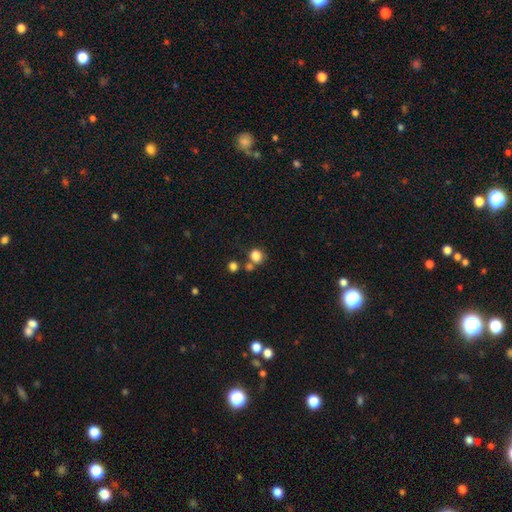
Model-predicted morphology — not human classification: Smooth or featured: smooth — 82% (star or artifact — 12%)
How rounded: round — 80% (in between — 19%)
Merging: none — 61% (merger — 23%)